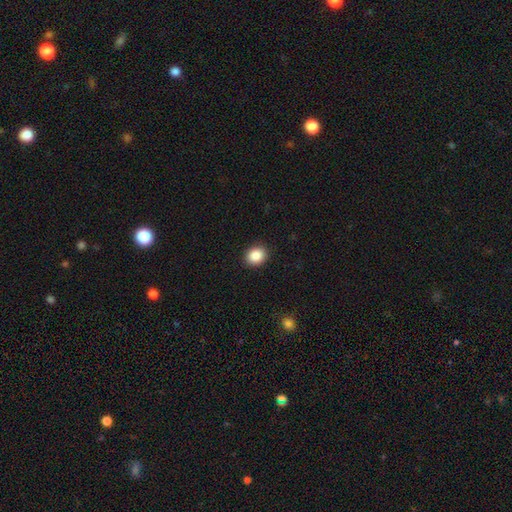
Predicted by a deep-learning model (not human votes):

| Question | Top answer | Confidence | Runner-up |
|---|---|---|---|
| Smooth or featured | smooth | 88% | star or artifact (9%) |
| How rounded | round | 62% | in between (37%) |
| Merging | none | 91% | minor disturbance (7%) |